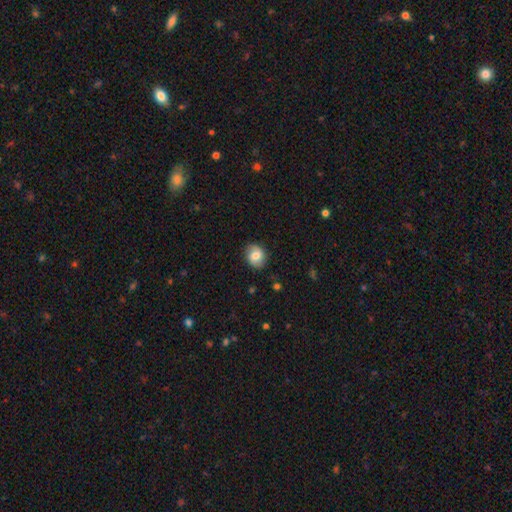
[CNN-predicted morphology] smooth 67%, featured or disk 25%, star or artifact 8%. Down the decision tree: how rounded — round (61%); merging — none (85%).